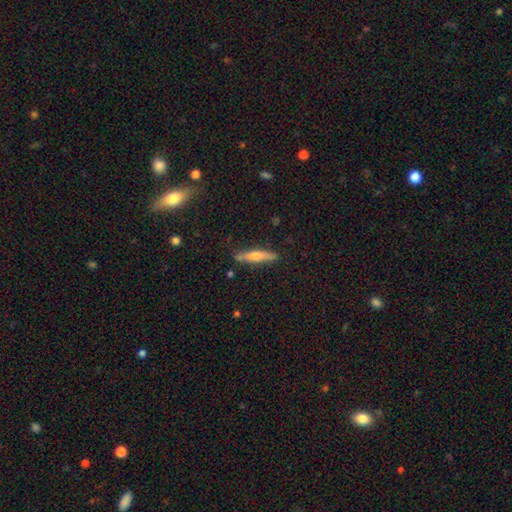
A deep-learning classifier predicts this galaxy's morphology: This is possibly a featured or disk galaxy (47%). Merging: clearly none (85%).